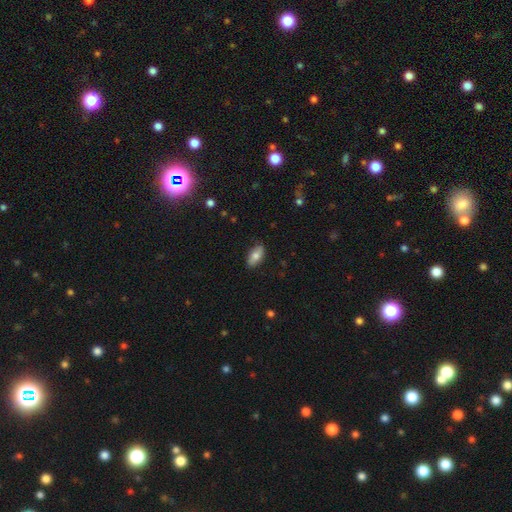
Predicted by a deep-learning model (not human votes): The model was most divided on "smooth or featured": smooth: 76%, featured or disk: 17%, star or artifact: 7%. More confident: how rounded — in between (90%); merging — none (85%).